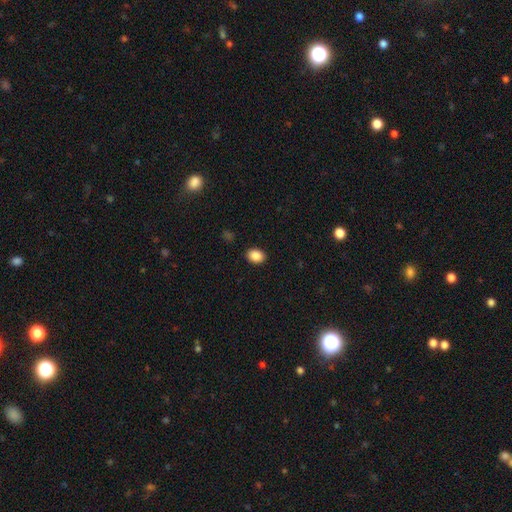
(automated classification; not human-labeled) This is clearly a smooth galaxy (88%). How rounded: likely in between (66%). Merging: clearly none (90%).